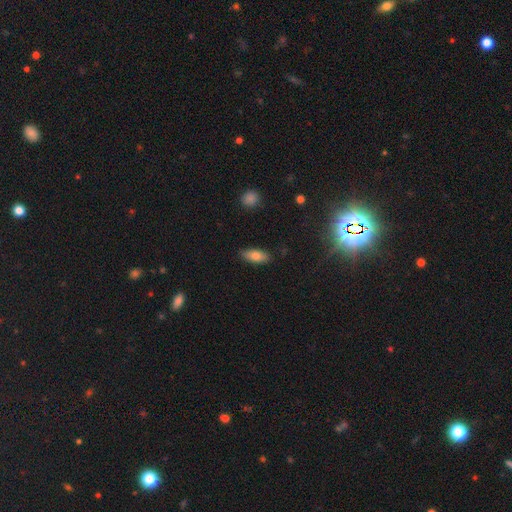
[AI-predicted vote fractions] smooth 78%, featured or disk 15%, star or artifact 8%. Down the decision tree: how rounded — in between (80%); merging — none (85%).